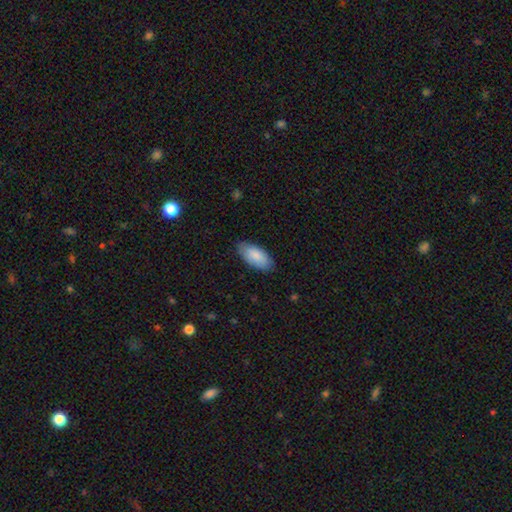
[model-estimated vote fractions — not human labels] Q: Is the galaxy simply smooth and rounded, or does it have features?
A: smooth — 85%.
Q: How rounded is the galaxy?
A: in between — 91%.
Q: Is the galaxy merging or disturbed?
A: none — 84%.